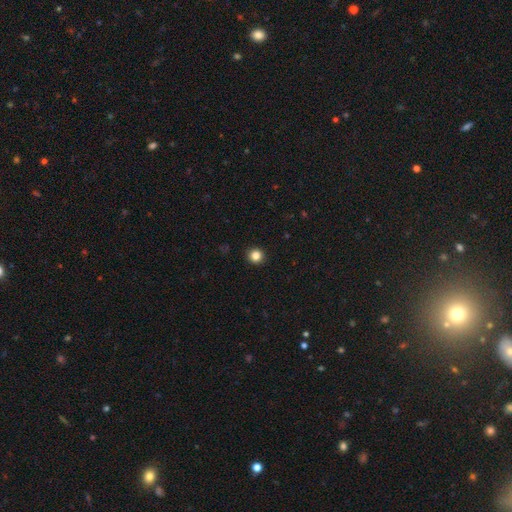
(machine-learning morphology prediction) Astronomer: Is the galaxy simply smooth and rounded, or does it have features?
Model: smooth — 84%.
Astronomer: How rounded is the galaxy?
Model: round — 94%.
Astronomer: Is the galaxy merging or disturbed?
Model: none — 93%.